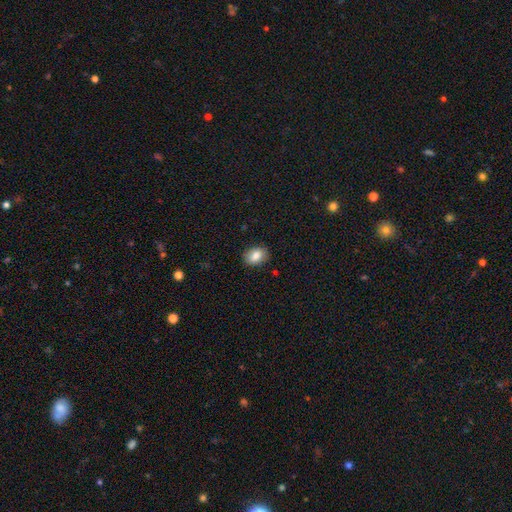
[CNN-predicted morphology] Smooth or featured? smooth (83%)
How rounded? in between (73%)
Merging? none (87%)